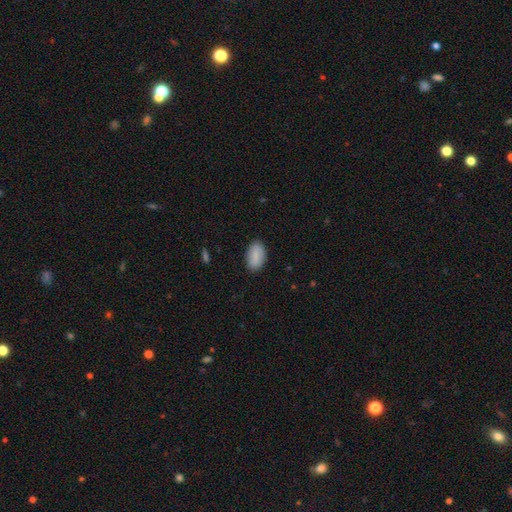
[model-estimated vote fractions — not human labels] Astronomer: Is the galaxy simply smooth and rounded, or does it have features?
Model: smooth — 81%.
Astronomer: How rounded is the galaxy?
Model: in between — 93%.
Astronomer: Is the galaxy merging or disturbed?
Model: none — 86%.